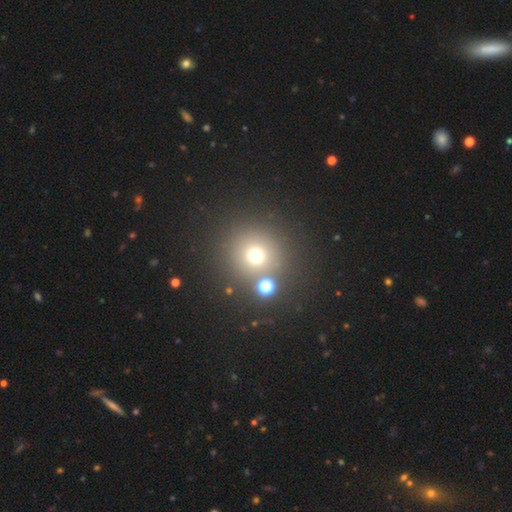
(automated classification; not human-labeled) A smooth galaxy with no disk features (67%) that is round (93%).

Vote fractions:
- Smooth or featured? smooth: 67% / star or artifact: 23% / featured or disk: 10%
- How rounded? round: 93% / in between: 6% / cigar-shaped: 1%
- Merging? none: 79% / merger: 9% / minor disturbance: 7% / major disturbance: 4%